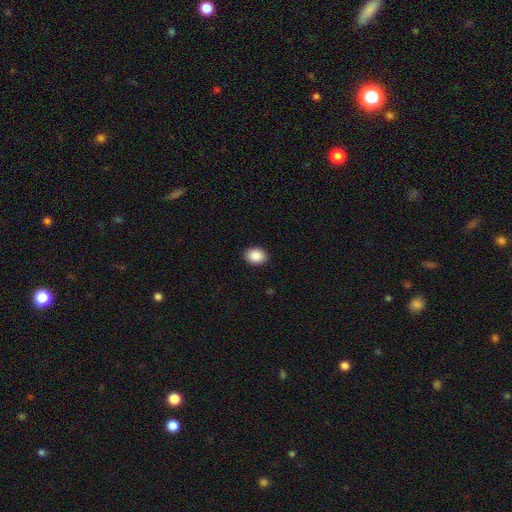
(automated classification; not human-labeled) smooth_or_featured: smooth (p=0.89) [alt: star or artifact p=0.07]
how_rounded: in between (p=0.66) [alt: round p=0.33]
merging: none (p=0.91) [alt: minor disturbance p=0.07]